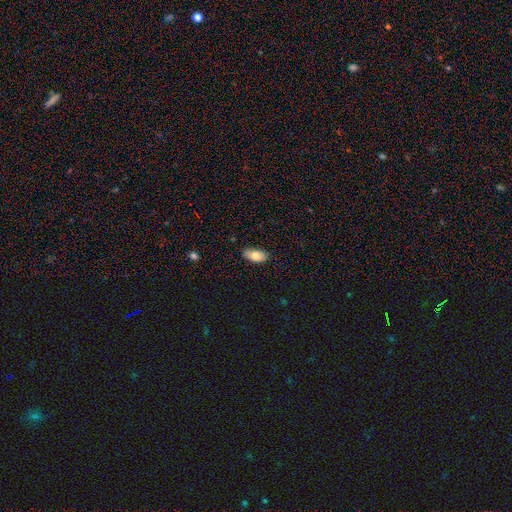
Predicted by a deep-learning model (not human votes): Smooth or featured? Predicted: smooth (p=0.81). How rounded? Predicted: in between (p=0.90). Merging? Predicted: none (p=0.83).